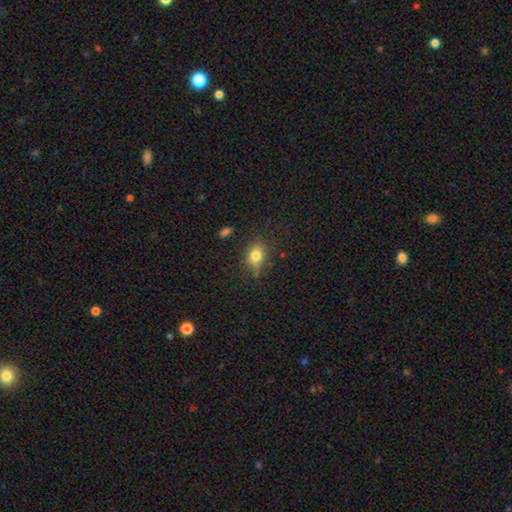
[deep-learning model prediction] Q: Smooth or featured?
A: smooth (80%); runner-up: star or artifact (12%)
Q: How rounded?
A: in between (57%); runner-up: round (41%)
Q: Merging?
A: none (76%); runner-up: minor disturbance (16%)